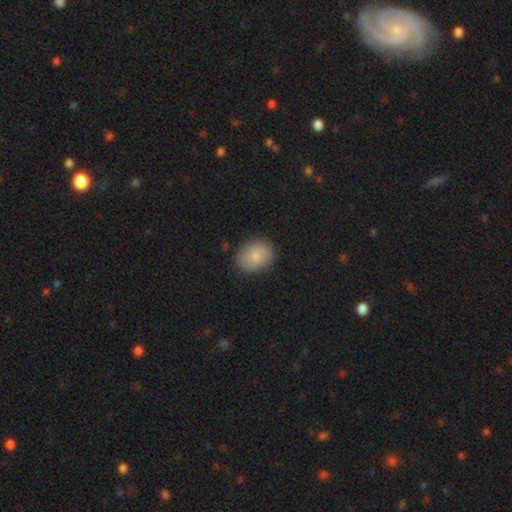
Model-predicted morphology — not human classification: This is clearly a smooth galaxy (80%). How rounded: possibly in between (54%). Merging: clearly none (86%).